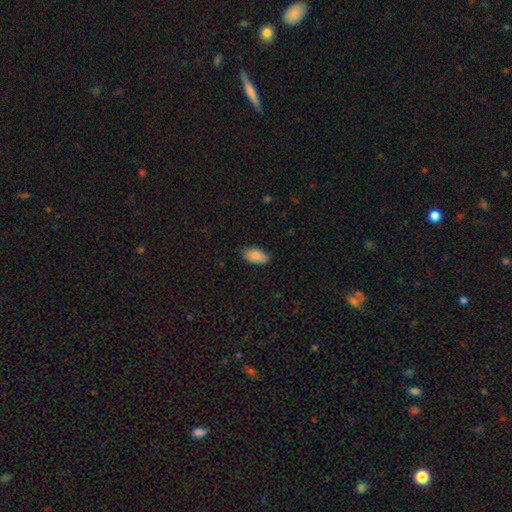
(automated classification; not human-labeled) A smooth galaxy with no disk features (86%) that is in between round and cigar-shaped (94%). Merging: none (81%).